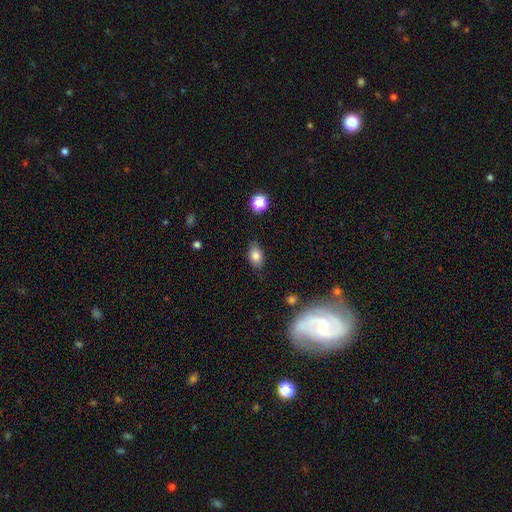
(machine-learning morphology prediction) This is clearly a smooth galaxy (82%). How rounded: clearly in between (83%). Merging: clearly none (81%).